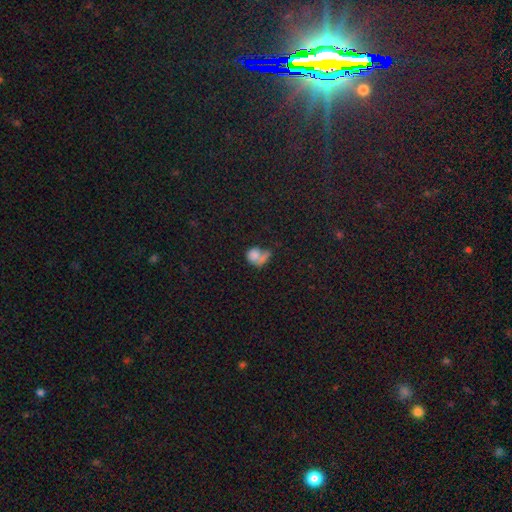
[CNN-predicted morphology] Q: Smooth or featured?
A: smooth (71%); runner-up: featured or disk (16%)
Q: How rounded?
A: round (65%); runner-up: in between (34%)
Q: Merging?
A: merger (31%); runner-up: none (30%)